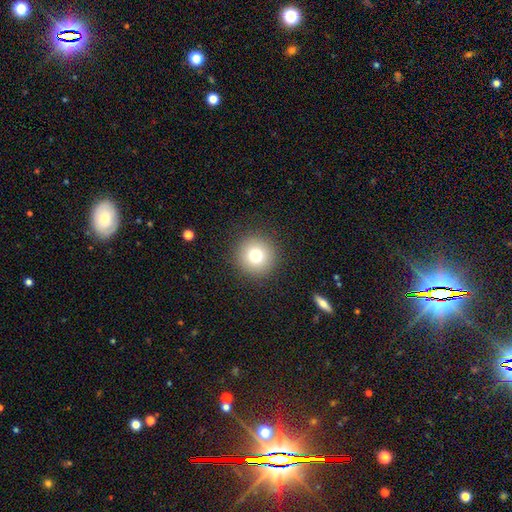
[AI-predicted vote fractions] Smooth or featured? smooth (76%)
How rounded? round (96%)
Merging? none (91%)